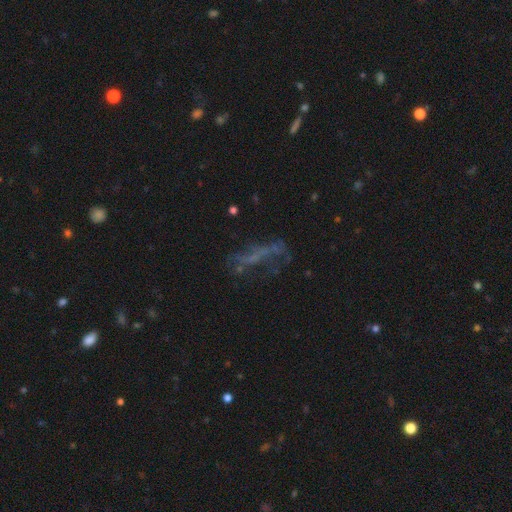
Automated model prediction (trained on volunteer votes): Morphology: type=featured or disk (47%); merging=none (45%).